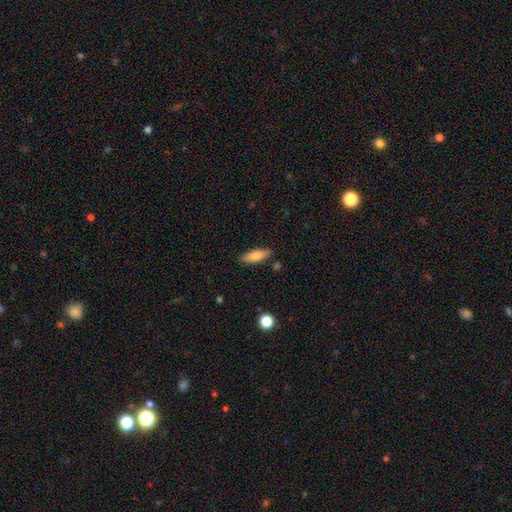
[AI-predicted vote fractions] Smooth or featured? smooth (79%)
How rounded? in between (59%)
Merging? none (84%)